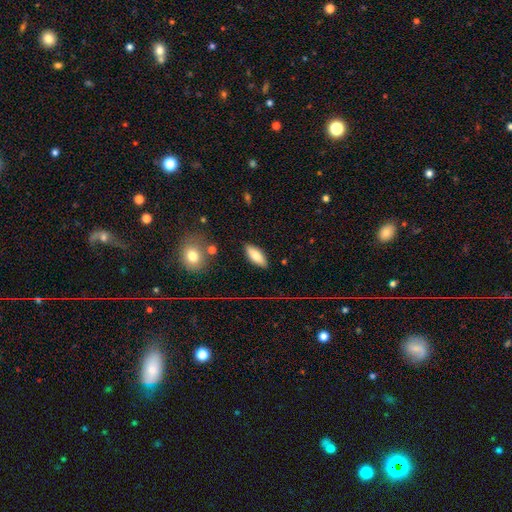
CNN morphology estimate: Smooth or featured? smooth (78%)
How rounded? in between (76%)
Merging? none (85%)